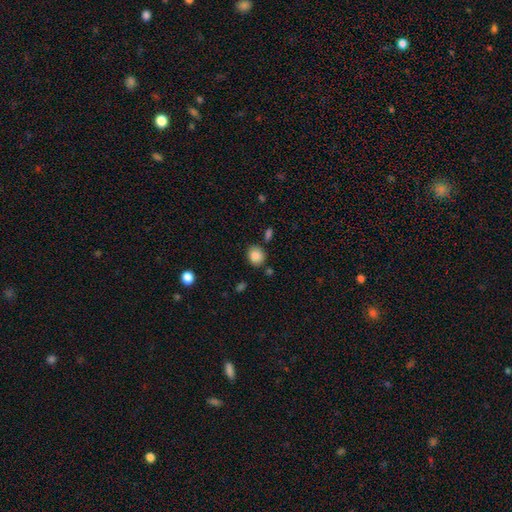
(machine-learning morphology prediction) smooth_or_featured: smooth (p=0.86) [alt: star or artifact p=0.09]
how_rounded: round (p=0.71) [alt: in between p=0.28]
merging: none (p=0.81) [alt: minor disturbance p=0.11]